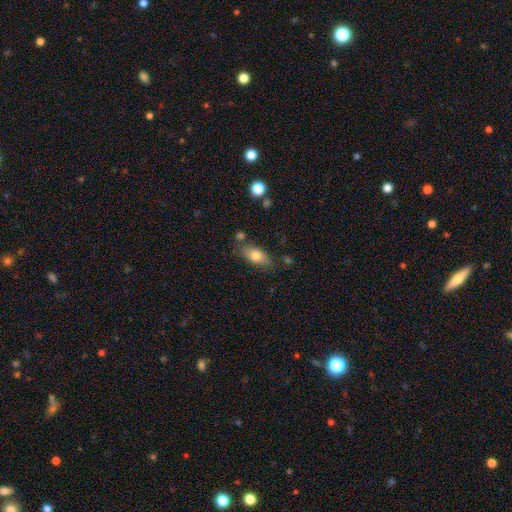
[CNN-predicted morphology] A smooth galaxy with no disk features (75%) that is in between round and cigar-shaped (85%).

Vote fractions:
- Smooth or featured? smooth: 75% / featured or disk: 17% / star or artifact: 7%
- How rounded? in between: 85% / cigar-shaped: 10% / round: 5%
- Merging? none: 74% / minor disturbance: 17% / merger: 5% / major disturbance: 4%